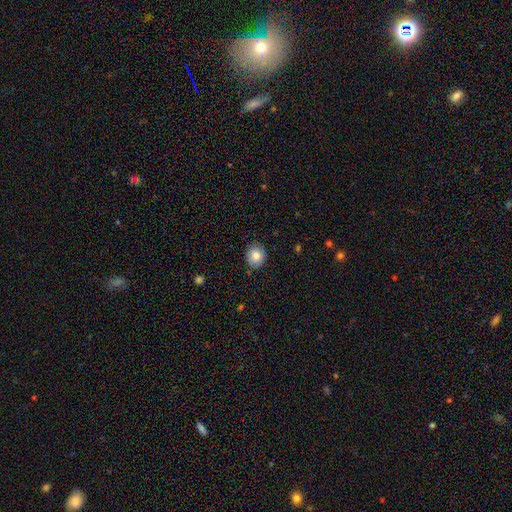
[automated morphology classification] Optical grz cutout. It shows a smooth galaxy with no disk features (83%) that is round (76%). Merging: none (85%).